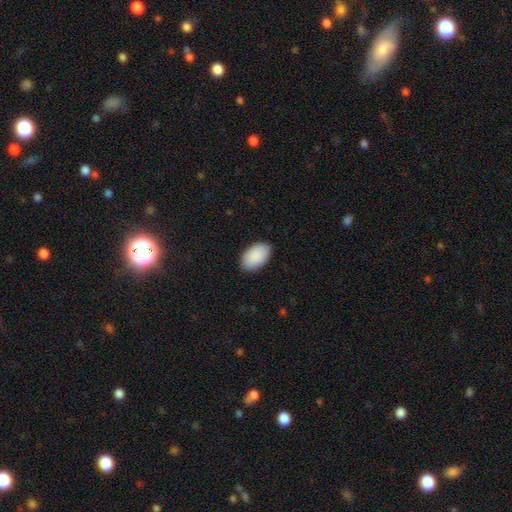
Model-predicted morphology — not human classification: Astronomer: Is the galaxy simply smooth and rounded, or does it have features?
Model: smooth — 91%.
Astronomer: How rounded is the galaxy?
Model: in between — 94%.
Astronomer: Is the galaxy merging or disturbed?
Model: none — 88%.